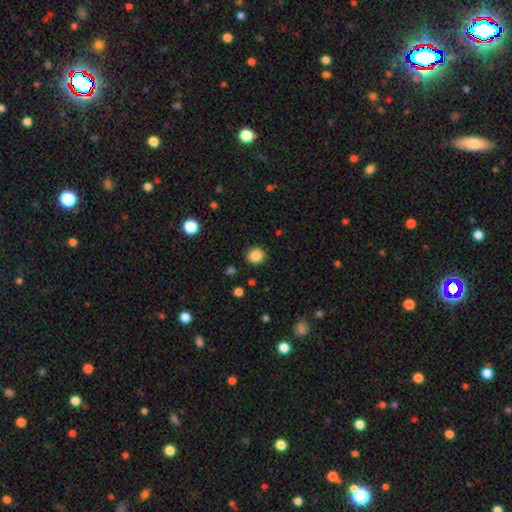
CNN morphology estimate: This appears to be a smooth galaxy with no disk features (86%) that is round (85%). Merging: none (89%).